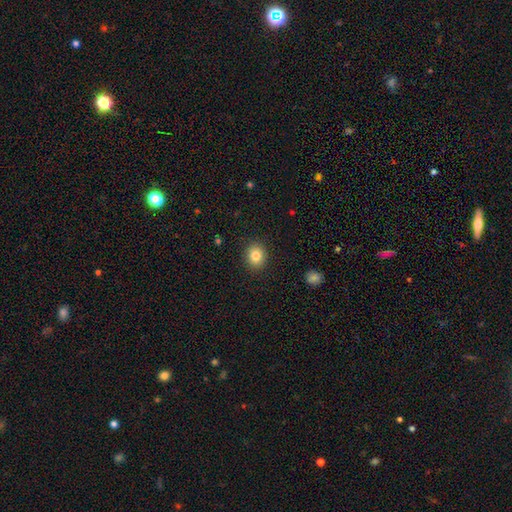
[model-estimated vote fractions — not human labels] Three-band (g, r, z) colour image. It shows a smooth galaxy with no disk features (84%) that is round (65%). Merging: none (90%).